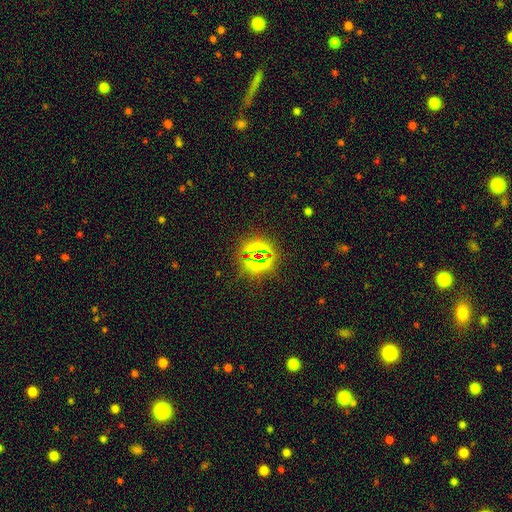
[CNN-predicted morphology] smooth-or-featured: star or artifact: 70% | smooth: 21% | featured or disk: 9%